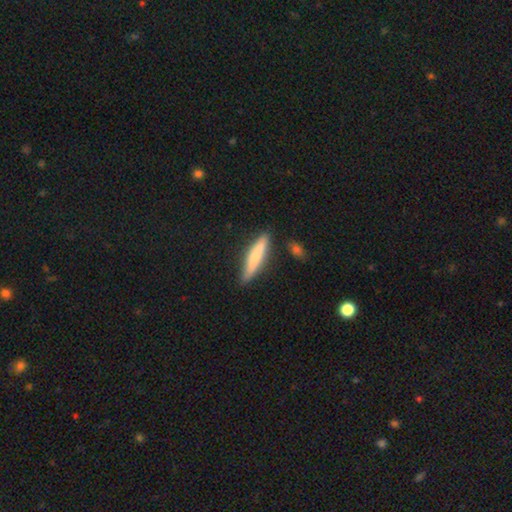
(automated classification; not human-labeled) This appears to be a smooth galaxy with no disk features (70%) that is cigar-shaped (89%). Merging: none (81%).